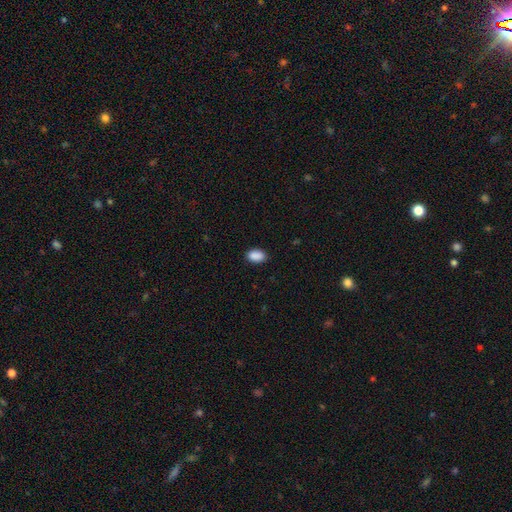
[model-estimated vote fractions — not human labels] smooth-or-featured: smooth: 90% | star or artifact: 8% | featured or disk: 3%
  how-rounded: in between: 90% | round: 8% | cigar-shaped: 1%
  merging: none: 87% | minor disturbance: 10% | major disturbance: 2% | merger: 1%